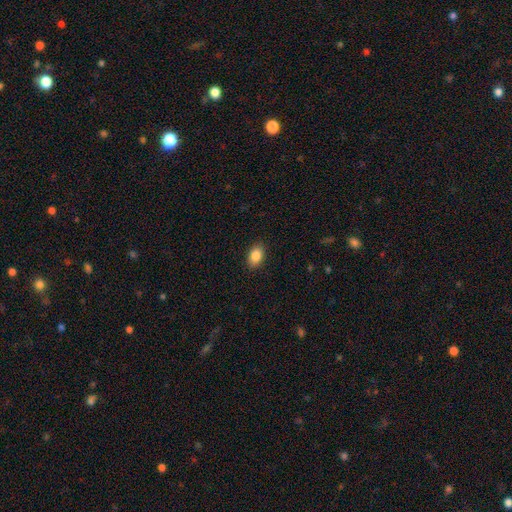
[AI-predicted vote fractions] This is clearly a smooth galaxy (86%). How rounded: clearly in between (88%). Merging: clearly none (89%).